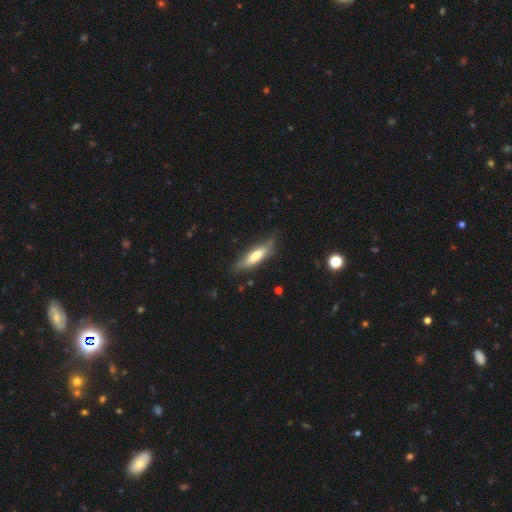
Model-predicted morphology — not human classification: This appears to be a smooth galaxy with no disk features (66%) that is cigar-shaped (64%). Merging: none (73%).